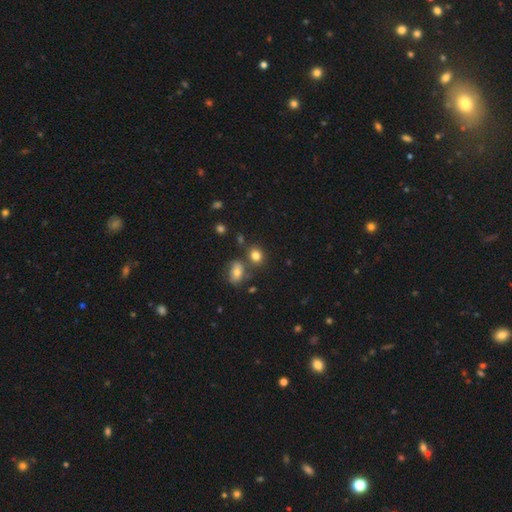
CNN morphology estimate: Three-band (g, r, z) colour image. It shows a smooth galaxy with no disk features (80%) that is round (59%). Merging: none (66%).